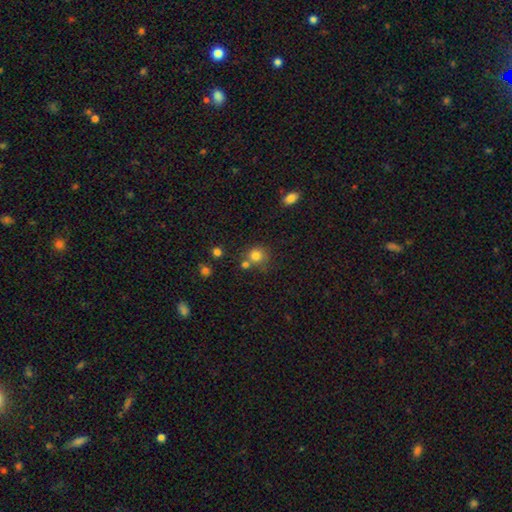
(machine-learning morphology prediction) A smooth galaxy with no disk features (80%) that is round (86%).

Vote fractions:
- Smooth or featured? smooth: 80% / star or artifact: 12% / featured or disk: 7%
- How rounded? round: 86% / in between: 13% / cigar-shaped: 1%
- Merging? none: 58% / merger: 24% / minor disturbance: 13% / major disturbance: 5%